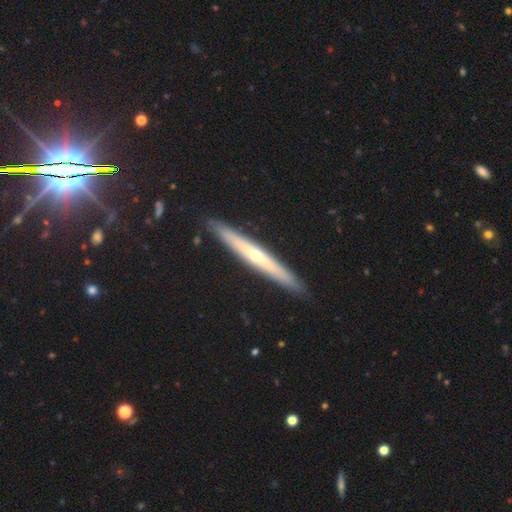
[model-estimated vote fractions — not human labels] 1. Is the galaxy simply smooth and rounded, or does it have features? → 65% featured or disk, 29% smooth, 6% star or artifact.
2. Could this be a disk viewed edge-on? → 93% yes, 7% no.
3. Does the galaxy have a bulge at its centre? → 75% rounded, 23% none, 2% boxy.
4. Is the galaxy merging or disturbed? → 90% none, 7% minor disturbance, 1% major disturbance, 1% merger.